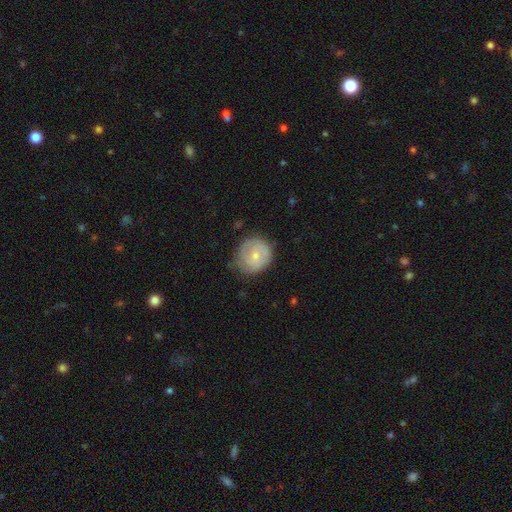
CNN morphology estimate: This appears to be a smooth galaxy with no disk features (49%). Merging: none (60%).